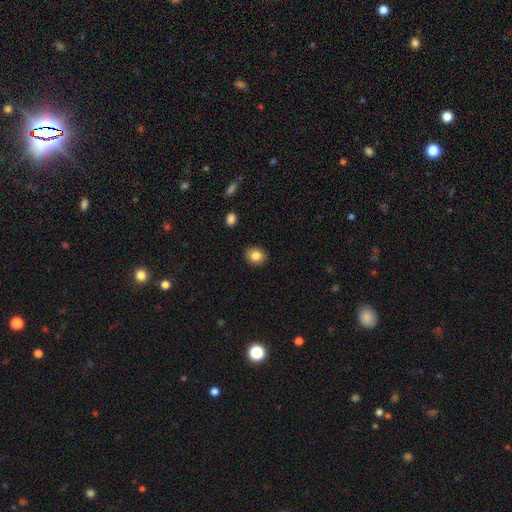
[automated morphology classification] A smooth galaxy with no disk features (84%) that is round (65%).

Vote fractions:
- Smooth or featured? smooth: 84% / star or artifact: 9% / featured or disk: 6%
- How rounded? round: 65% / in between: 34% / cigar-shaped: 1%
- Merging? none: 90% / minor disturbance: 7% / major disturbance: 2% / merger: 1%